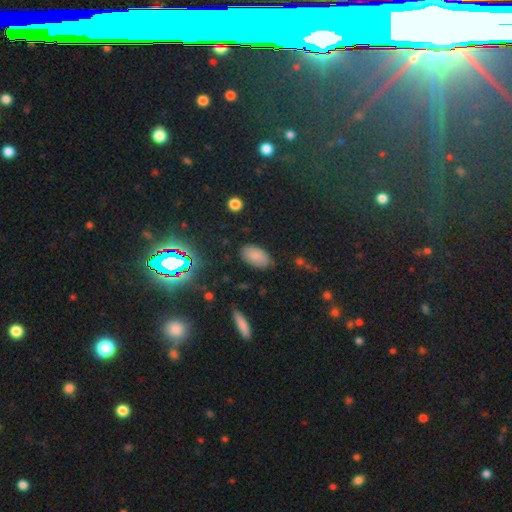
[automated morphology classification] This appears to be a smooth galaxy with no disk features (78%) that is in between round and cigar-shaped (94%). Merging: none (81%).